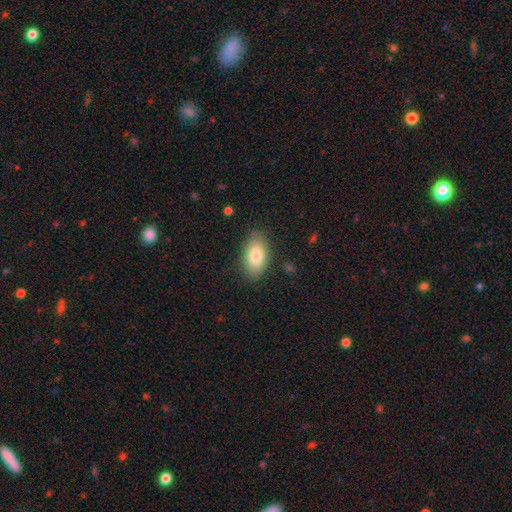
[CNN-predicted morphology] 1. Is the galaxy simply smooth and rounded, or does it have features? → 82% smooth, 11% featured or disk, 7% star or artifact.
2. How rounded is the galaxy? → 93% in between, 5% round, 2% cigar-shaped.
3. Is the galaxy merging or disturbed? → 84% none, 12% minor disturbance, 3% major disturbance, 1% merger.